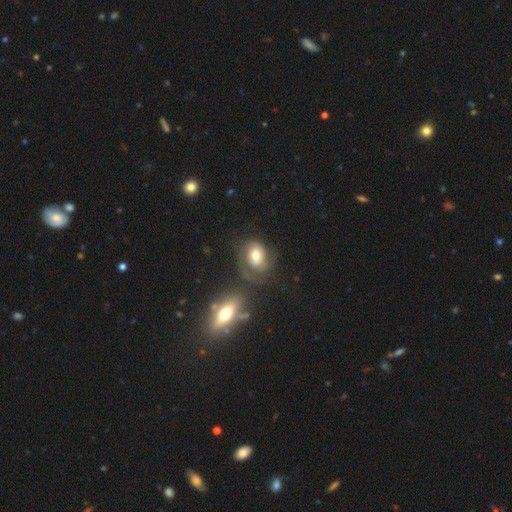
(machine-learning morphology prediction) Q: Smooth or featured?
A: featured or disk (53%); runner-up: smooth (38%)
Q: Edge-on disk?
A: no (95%); runner-up: yes (5%)
Q: Bar?
A: no (65%); runner-up: weak (27%)
Q: Spiral arms?
A: yes (78%); runner-up: no (22%)
Q: Bulge size?
A: moderate (56%); runner-up: large (27%)
Q: Merging?
A: none (51%); runner-up: minor disturbance (22%)